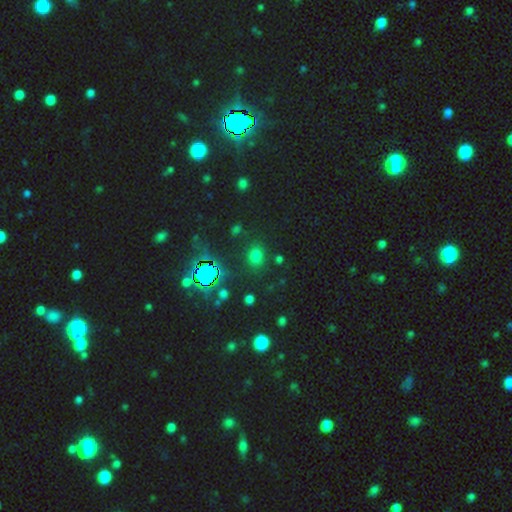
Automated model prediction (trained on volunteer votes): smooth_or_featured: smooth (p=0.63) [alt: star or artifact p=0.30]
how_rounded: round (p=0.65) [alt: in between p=0.34]
merging: none (p=0.83) [alt: minor disturbance p=0.09]